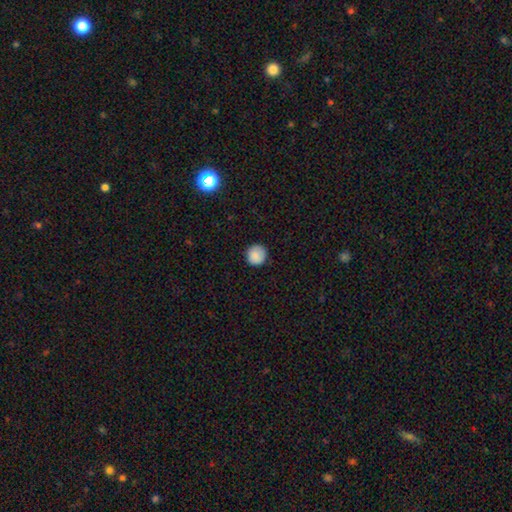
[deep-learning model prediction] Smooth or featured? Predicted: smooth (p=0.87). How rounded? Predicted: round (p=0.94). Merging? Predicted: none (p=0.88).